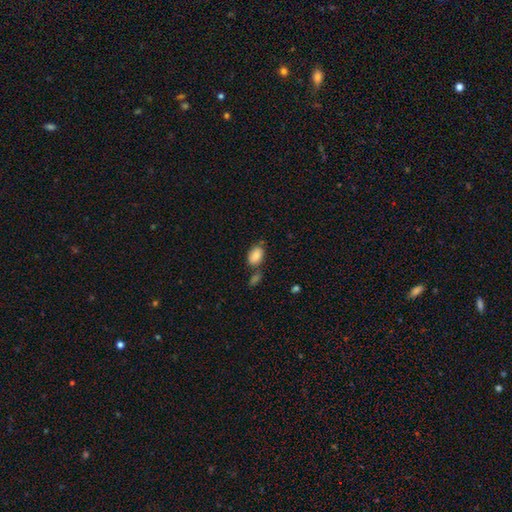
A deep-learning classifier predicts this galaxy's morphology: smooth_or_featured: smooth (p=0.86) [alt: star or artifact p=0.08]
how_rounded: in between (p=0.87) [alt: round p=0.12]
merging: none (p=0.61) [alt: merger p=0.19]